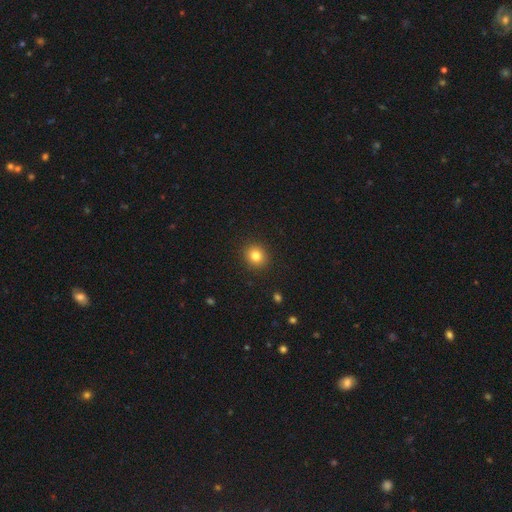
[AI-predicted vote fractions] Smooth or featured? smooth (82%)
How rounded? round (82%)
Merging? none (91%)